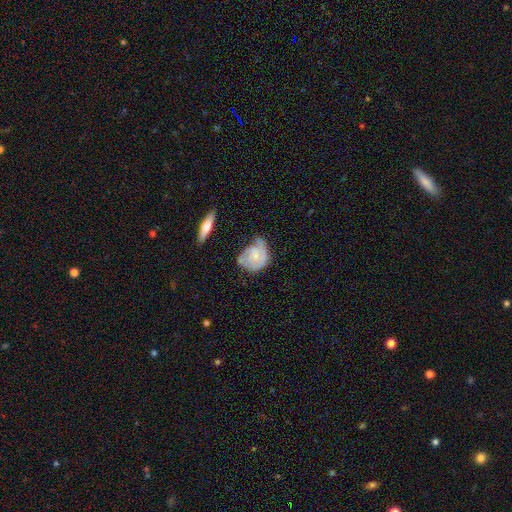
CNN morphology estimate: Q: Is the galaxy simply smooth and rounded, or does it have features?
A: featured or disk — 64%.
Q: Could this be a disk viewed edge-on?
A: no — 96%.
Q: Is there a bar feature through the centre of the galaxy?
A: no — 73%.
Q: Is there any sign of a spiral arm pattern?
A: yes — 84%.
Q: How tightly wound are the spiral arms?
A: tight — 56%.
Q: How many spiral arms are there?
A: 2 — 38%.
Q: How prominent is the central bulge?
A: small — 62%.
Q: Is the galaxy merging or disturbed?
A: none — 42%.